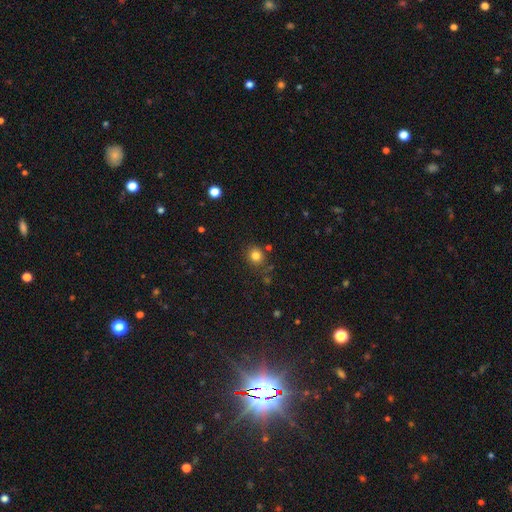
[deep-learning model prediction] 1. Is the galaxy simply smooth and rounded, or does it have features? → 81% smooth, 14% star or artifact, 6% featured or disk.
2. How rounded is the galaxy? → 81% round, 18% in between, 1% cigar-shaped.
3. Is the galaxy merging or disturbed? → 80% none, 12% minor disturbance, 4% merger, 3% major disturbance.